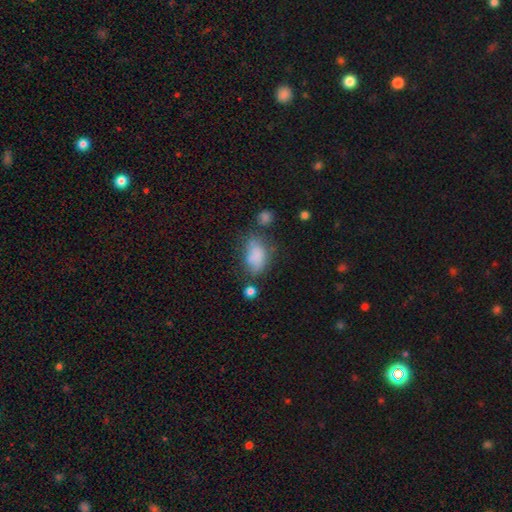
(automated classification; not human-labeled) Overall: smooth (74%). How rounded: in between (84%). Merging: none (43%; minor disturbance 27%).